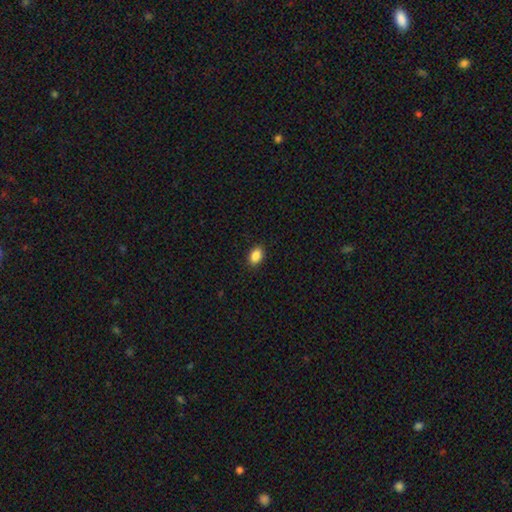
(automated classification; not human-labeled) The model was most divided on "how rounded": in between: 82%, round: 17%, cigar-shaped: 1%. More confident: merging — none (89%); smooth or featured — smooth (89%).